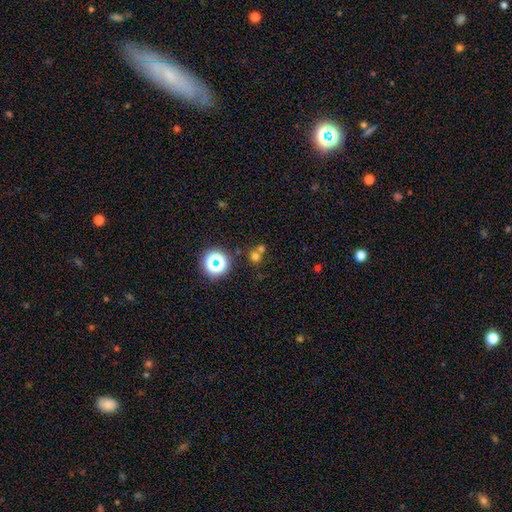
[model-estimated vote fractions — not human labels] smooth 58%, star or artifact 32%, featured or disk 10%. Down the decision tree: how rounded — round (87%); merging — none (52%).